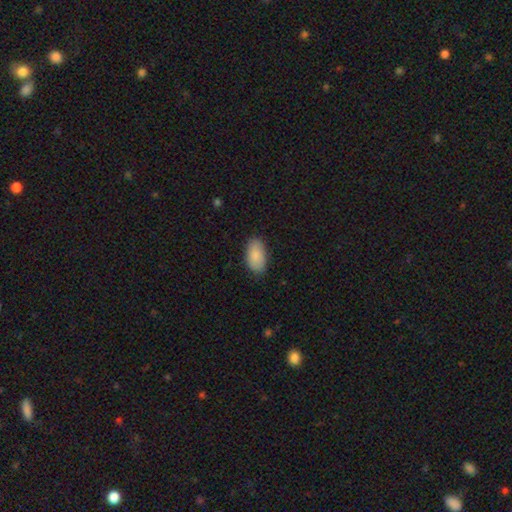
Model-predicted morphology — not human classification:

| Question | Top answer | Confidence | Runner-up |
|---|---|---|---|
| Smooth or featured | smooth | 88% | featured or disk (6%) |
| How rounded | in between | 95% | round (3%) |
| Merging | none | 84% | minor disturbance (12%) |